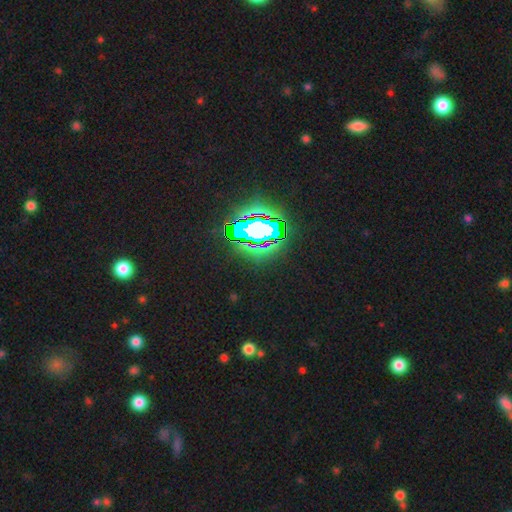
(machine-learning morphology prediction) Smooth or featured?
  - star or artifact: 79% *
  - smooth: 11%
  - featured or disk: 10%